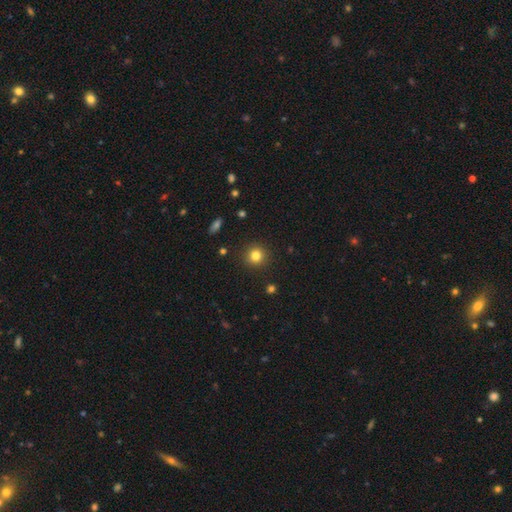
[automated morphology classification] This is clearly a smooth galaxy (82%). How rounded: clearly round (93%). Merging: clearly none (91%).